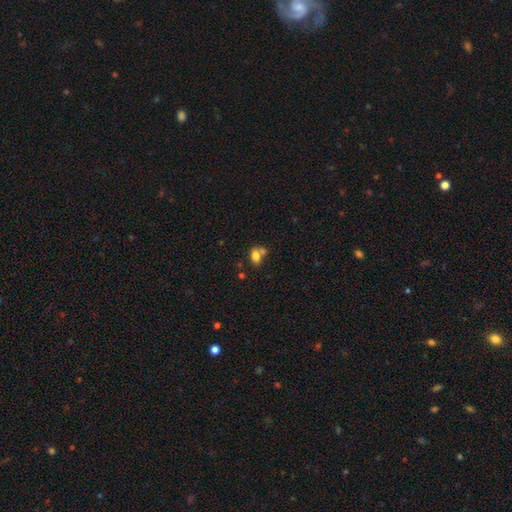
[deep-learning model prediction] This appears to be a smooth galaxy with no disk features (78%) that is in between round and cigar-shaped (80%). Merging: none (44%).